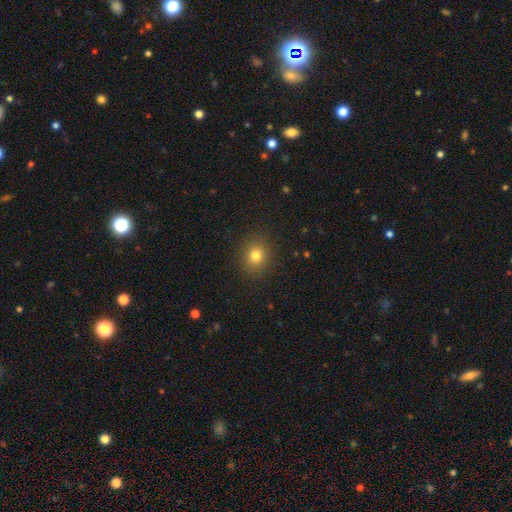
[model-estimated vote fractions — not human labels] smooth-or-featured: smooth: 79% | star or artifact: 14% | featured or disk: 8%
  how-rounded: round: 75% | in between: 24% | cigar-shaped: 1%
  merging: none: 89% | minor disturbance: 7% | major disturbance: 3% | merger: 1%